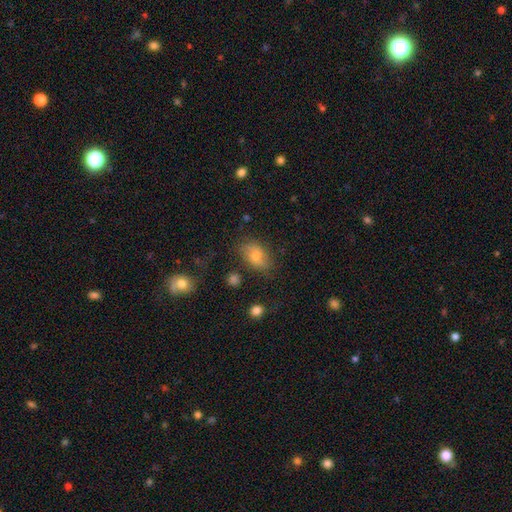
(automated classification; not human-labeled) Overall: smooth (65%). How rounded: in between (86%). Merging: none (74%).